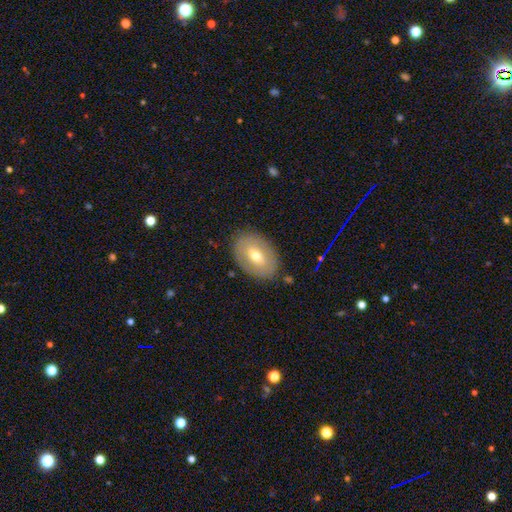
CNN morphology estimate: Q: Smooth or featured?
A: smooth (56%); runner-up: featured or disk (36%)
Q: How rounded?
A: in between (85%); runner-up: round (14%)
Q: Merging?
A: none (84%); runner-up: minor disturbance (11%)